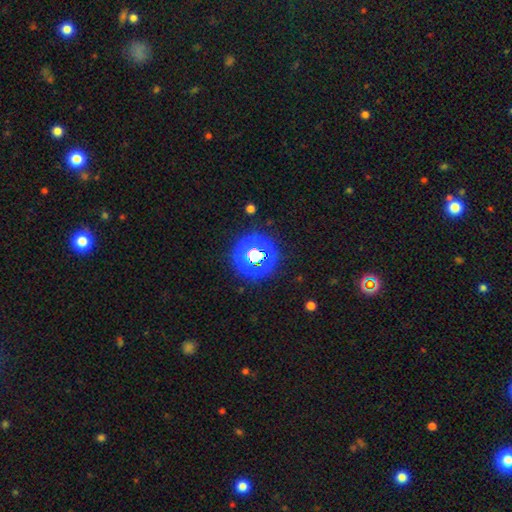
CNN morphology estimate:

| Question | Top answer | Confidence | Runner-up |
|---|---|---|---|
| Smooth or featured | star or artifact | 69% | smooth (25%) |